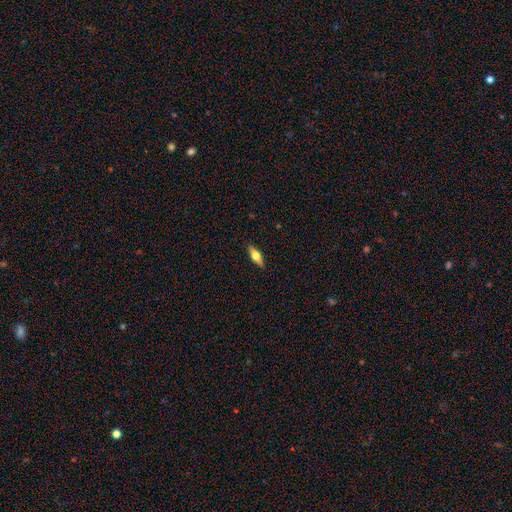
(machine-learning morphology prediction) type=featured or disk (51%); edge-on=yes (93%); merging=none (89%).